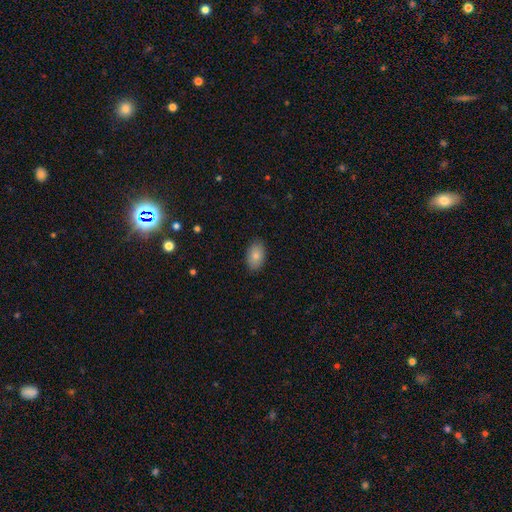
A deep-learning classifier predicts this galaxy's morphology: Smooth or featured? Predicted: smooth (p=0.83). How rounded? Predicted: in between (p=0.91). Merging? Predicted: none (p=0.87).